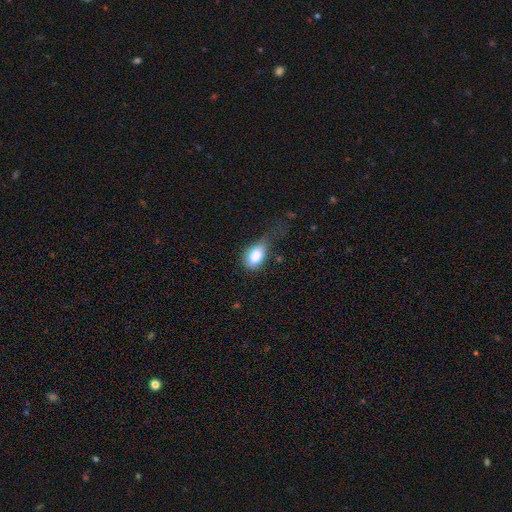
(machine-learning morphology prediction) smooth_or_featured: smooth (p=0.84) [alt: featured or disk p=0.09]
how_rounded: in between (p=0.87) [alt: round p=0.11]
merging: minor disturbance (p=0.39) [alt: major disturbance p=0.30]